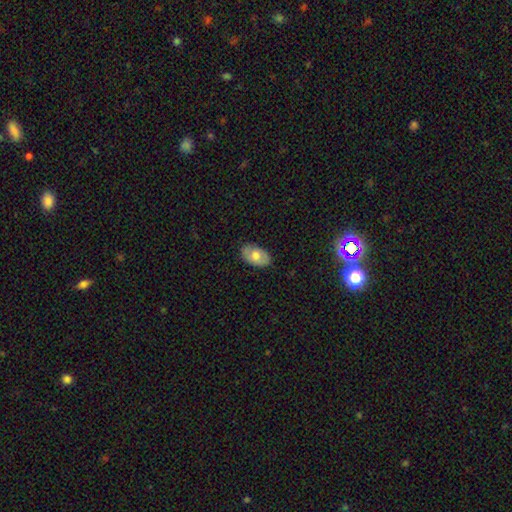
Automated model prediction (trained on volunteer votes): This appears to be a smooth galaxy with no disk features (67%) that is in between round and cigar-shaped (91%). Merging: none (82%).